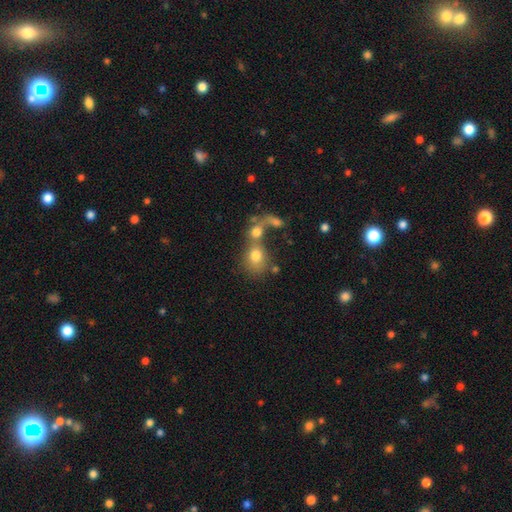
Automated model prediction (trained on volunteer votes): The model was most divided on "how rounded": round: 64%, in between: 35%, cigar-shaped: 2%. More confident: smooth or featured — smooth (70%); merging — merger (55%).